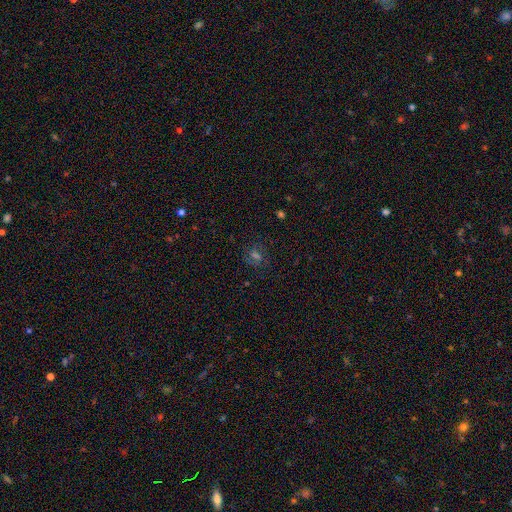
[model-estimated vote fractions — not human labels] Smooth or featured? smooth (36%, tied with star or artifact)
Merging? none (78%)